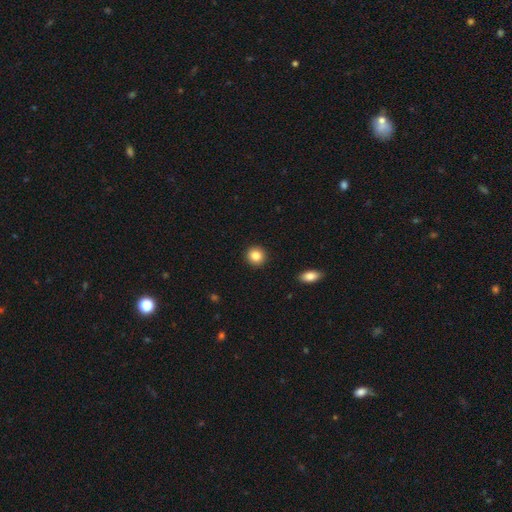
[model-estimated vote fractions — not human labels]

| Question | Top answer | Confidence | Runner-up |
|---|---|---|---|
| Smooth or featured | smooth | 86% | star or artifact (9%) |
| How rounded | round | 90% | in between (9%) |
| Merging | none | 93% | minor disturbance (5%) |